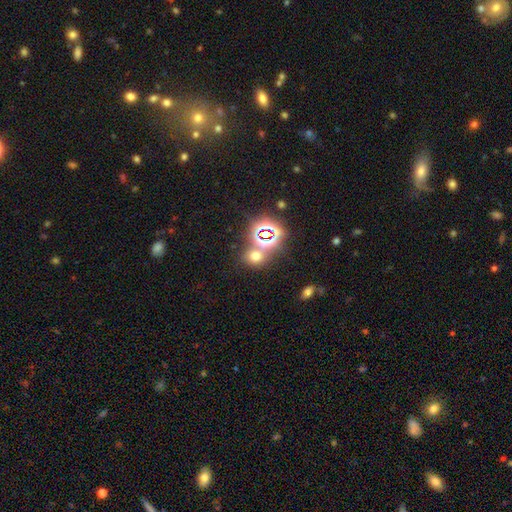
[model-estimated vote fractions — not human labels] Overall: smooth (51%; star or artifact 40%). How rounded: round (68%; in between 30%). Merging: none (64%).